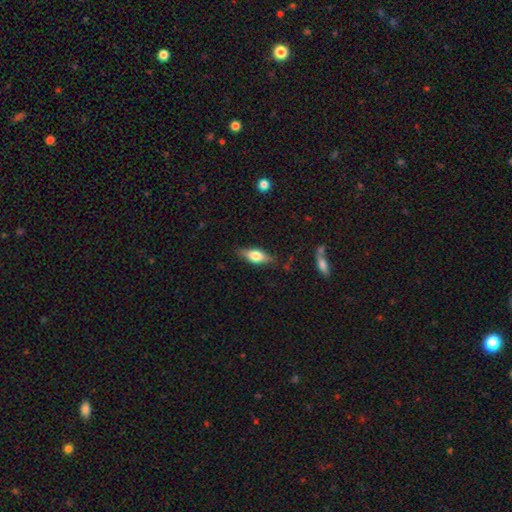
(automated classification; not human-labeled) Q: Smooth or featured?
A: smooth (59%); runner-up: featured or disk (35%)
Q: How rounded?
A: in between (72%); runner-up: cigar-shaped (24%)
Q: Merging?
A: none (79%); runner-up: minor disturbance (15%)